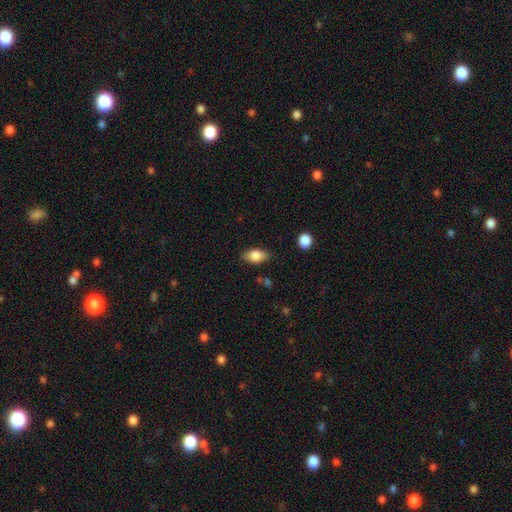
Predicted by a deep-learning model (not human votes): smooth-or-featured: smooth: 79% | featured or disk: 13% | star or artifact: 8%
  how-rounded: in between: 87% | round: 8% | cigar-shaped: 5%
  merging: none: 82% | minor disturbance: 13% | major disturbance: 3% | merger: 2%